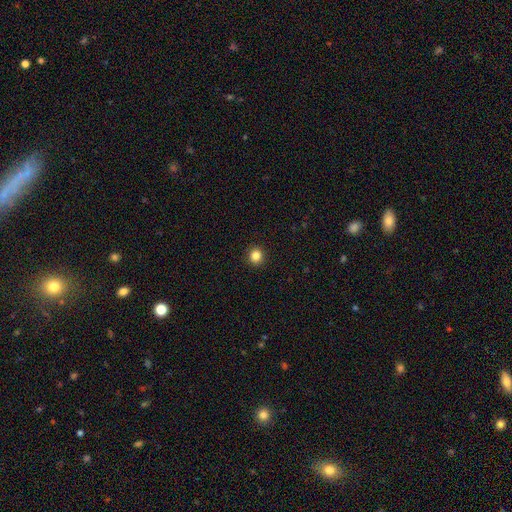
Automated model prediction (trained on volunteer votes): smooth 85%, star or artifact 11%, featured or disk 4%. Down the decision tree: how rounded — round (92%); merging — none (93%).